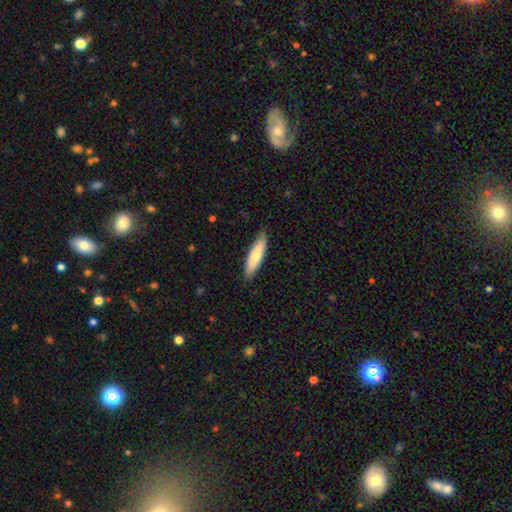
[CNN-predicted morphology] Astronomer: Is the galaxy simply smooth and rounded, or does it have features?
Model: smooth — 72%.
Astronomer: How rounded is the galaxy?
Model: cigar-shaped — 66%.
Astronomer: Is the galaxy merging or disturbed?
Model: none — 86%.